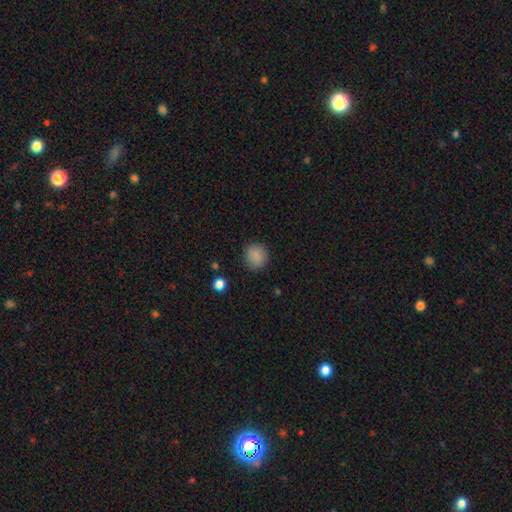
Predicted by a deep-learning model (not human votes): This is clearly a smooth galaxy (87%). How rounded: clearly round (87%). Merging: clearly none (85%).